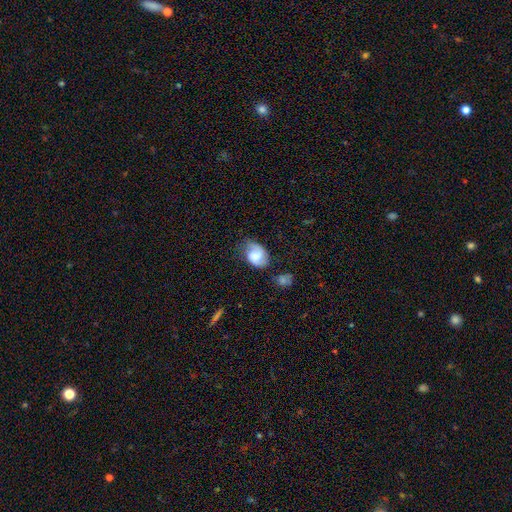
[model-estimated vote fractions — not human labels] Smooth or featured: smooth — 52% (featured or disk — 40%)
How rounded: in between — 72% (round — 26%)
Merging: none — 54% (minor disturbance — 31%)